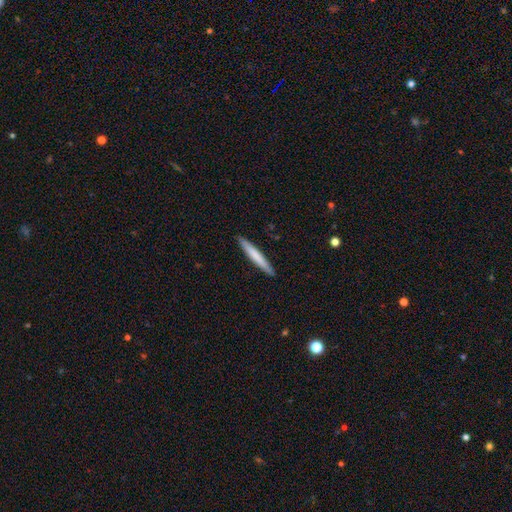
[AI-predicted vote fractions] Smooth or featured? smooth (69%)
How rounded? cigar-shaped (96%)
Merging? none (92%)